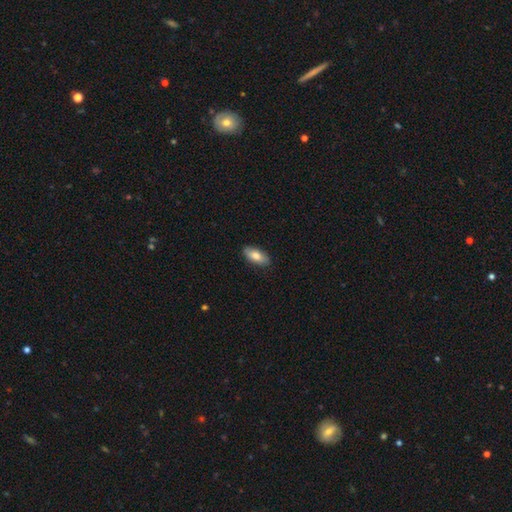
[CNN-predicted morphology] The model was most divided on "smooth or featured": smooth: 77%, featured or disk: 16%, star or artifact: 6%. More confident: how rounded — in between (88%); merging — none (86%).